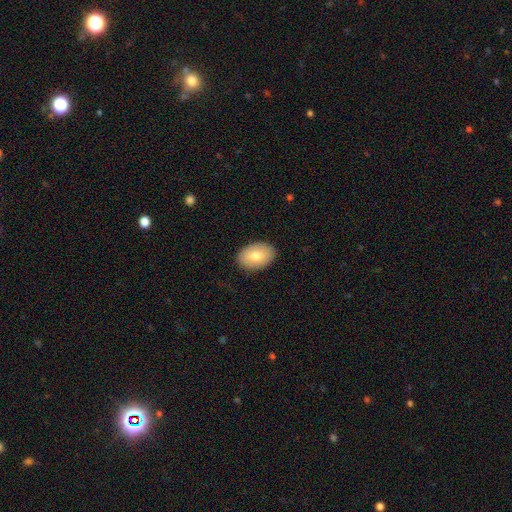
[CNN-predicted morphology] Smooth or featured? smooth (77%)
How rounded? in between (88%)
Merging? none (88%)